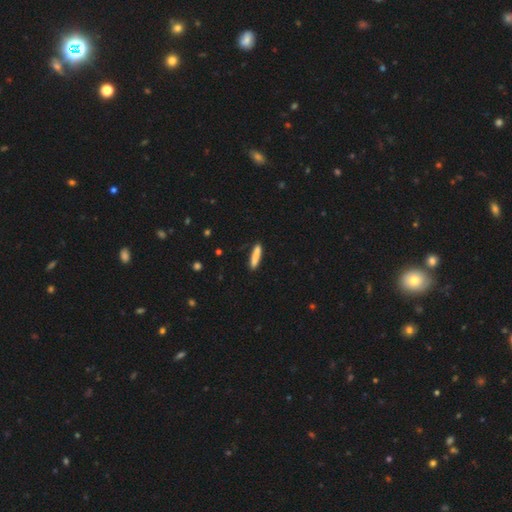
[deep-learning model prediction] Smooth or featured: smooth — 85% (featured or disk — 9%)
How rounded: cigar-shaped — 88% (in between — 10%)
Merging: none — 88% (minor disturbance — 9%)